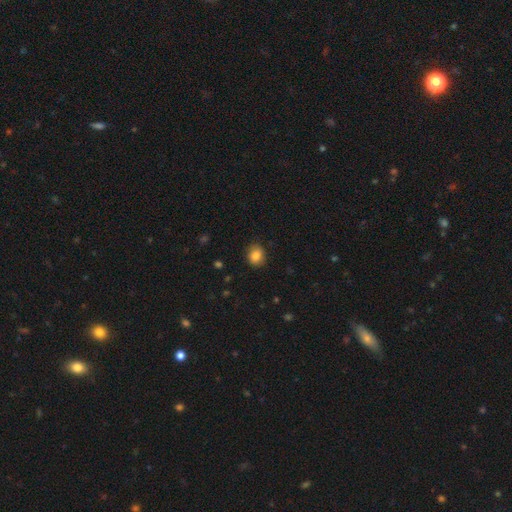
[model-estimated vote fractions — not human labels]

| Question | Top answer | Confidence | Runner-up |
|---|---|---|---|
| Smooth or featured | smooth | 85% | star or artifact (9%) |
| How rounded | round | 59% | in between (40%) |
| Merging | none | 86% | minor disturbance (10%) |